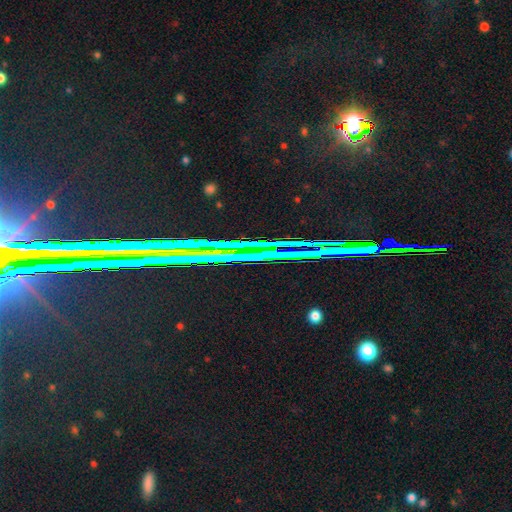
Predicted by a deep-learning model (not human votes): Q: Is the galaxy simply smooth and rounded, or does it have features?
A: star or artifact — 80%.